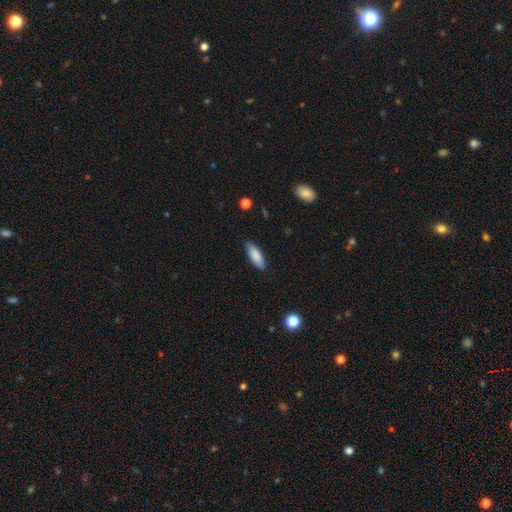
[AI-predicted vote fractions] smooth 86%, featured or disk 7%, star or artifact 6%. Down the decision tree: how rounded — in between (69%); merging — none (84%).